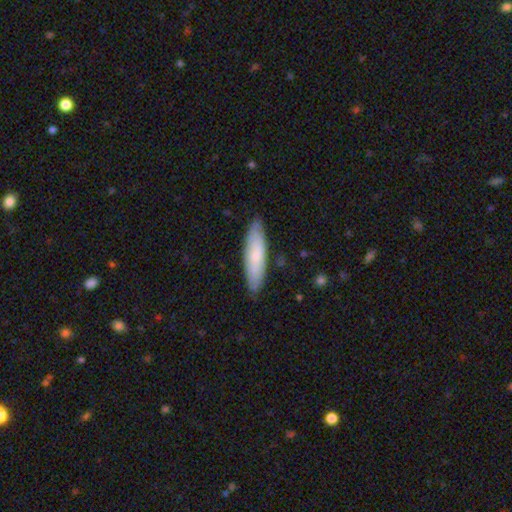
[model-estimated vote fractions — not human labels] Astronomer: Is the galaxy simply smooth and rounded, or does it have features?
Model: smooth — 71%.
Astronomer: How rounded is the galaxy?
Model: cigar-shaped — 68%.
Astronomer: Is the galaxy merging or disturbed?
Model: none — 85%.